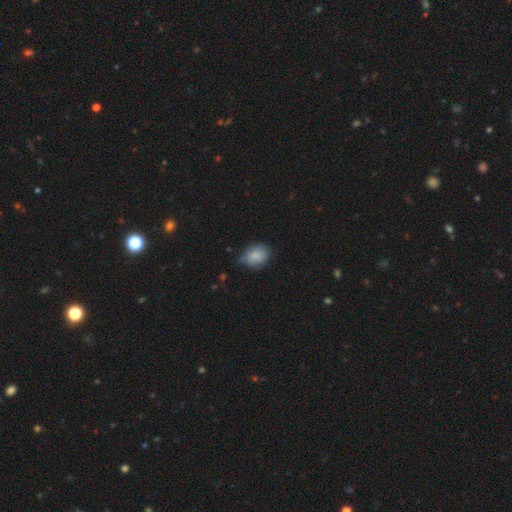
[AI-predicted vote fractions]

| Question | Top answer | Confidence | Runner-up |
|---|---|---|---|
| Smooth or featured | smooth | 81% | featured or disk (11%) |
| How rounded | in between | 63% | round (36%) |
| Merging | none | 52% | minor disturbance (39%) |